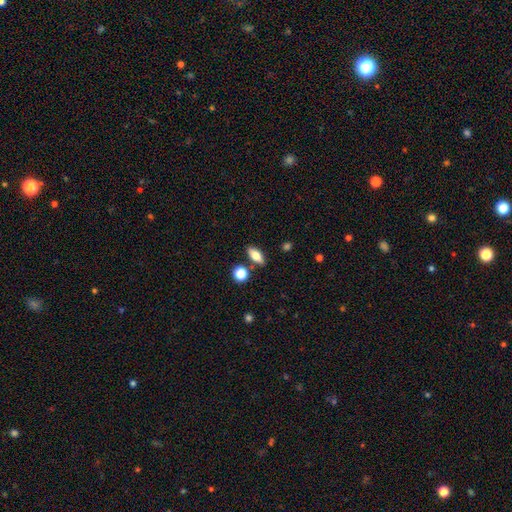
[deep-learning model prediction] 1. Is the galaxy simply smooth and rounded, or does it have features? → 72% smooth, 20% featured or disk, 9% star or artifact.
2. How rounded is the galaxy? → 74% in between, 18% cigar-shaped, 7% round.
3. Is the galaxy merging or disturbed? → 81% none, 10% minor disturbance, 7% merger, 3% major disturbance.